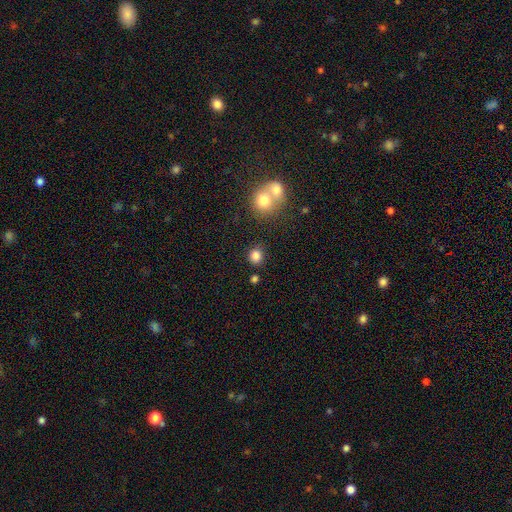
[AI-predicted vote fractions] Morphology: type=smooth (84%); roundness=round (82%); merging=none (76%).